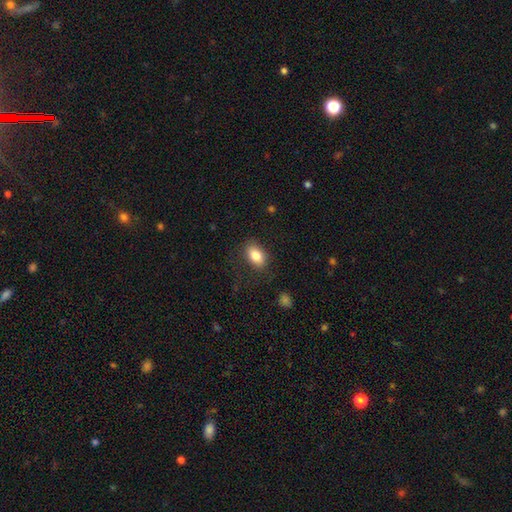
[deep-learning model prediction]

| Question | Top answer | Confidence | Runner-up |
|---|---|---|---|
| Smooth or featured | smooth | 84% | featured or disk (8%) |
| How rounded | in between | 87% | round (11%) |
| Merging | none | 81% | minor disturbance (13%) |